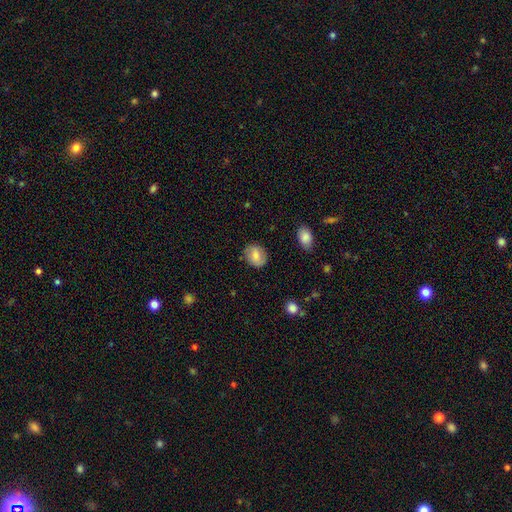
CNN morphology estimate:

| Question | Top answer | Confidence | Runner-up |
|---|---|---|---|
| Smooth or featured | smooth | 66% | featured or disk (26%) |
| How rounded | round | 51% | in between (48%) |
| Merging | none | 82% | minor disturbance (13%) |